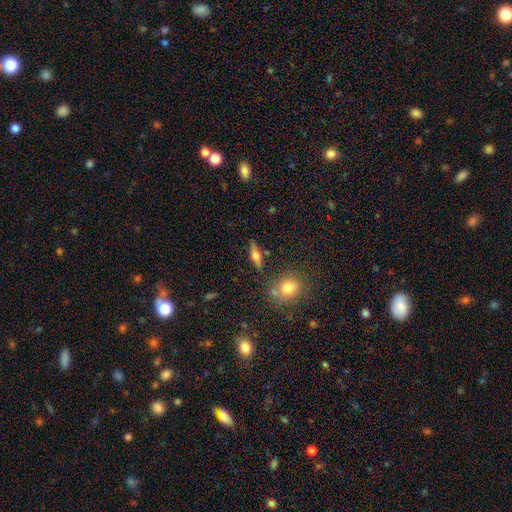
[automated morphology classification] Q: Smooth or featured?
A: smooth (48%); runner-up: featured or disk (43%)
Q: Merging?
A: none (79%); runner-up: minor disturbance (12%)